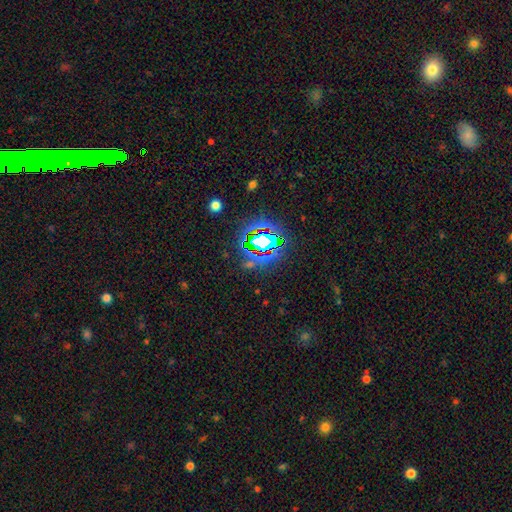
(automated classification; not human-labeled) A star or artifact, not a galaxy (80%).